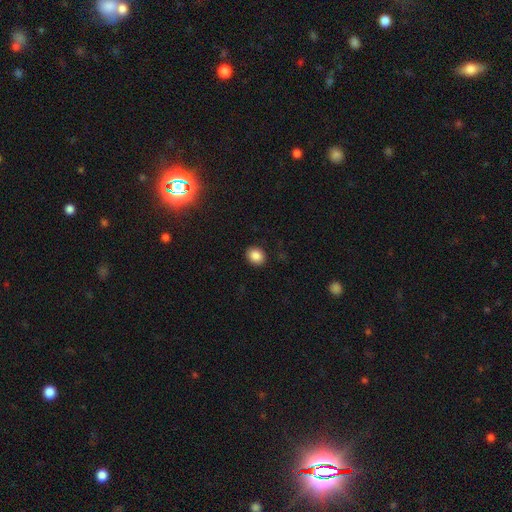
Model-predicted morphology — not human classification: The model was most divided on "how rounded": round: 63%, in between: 36%, cigar-shaped: 1%. More confident: merging — none (91%); smooth or featured — smooth (87%).